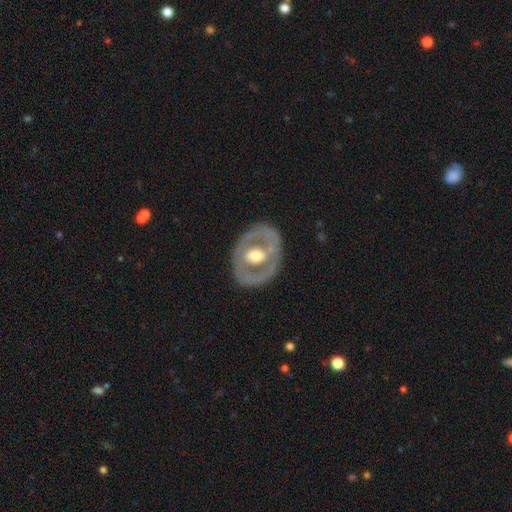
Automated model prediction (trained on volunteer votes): Smooth or featured? featured or disk (68%)
Edge-on disk? no (94%)
Bar? no (52%)
Spiral arms? no (78%)
Bulge size? moderate (71%)
Merging? none (78%)